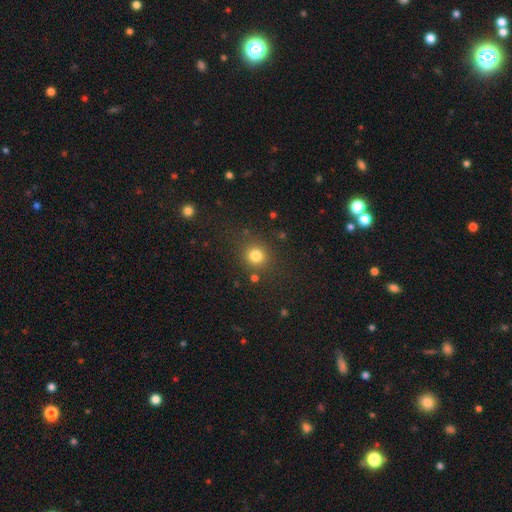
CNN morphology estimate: Smooth or featured: smooth — 81% (star or artifact — 14%)
How rounded: round — 89% (in between — 10%)
Merging: none — 83% (minor disturbance — 9%)